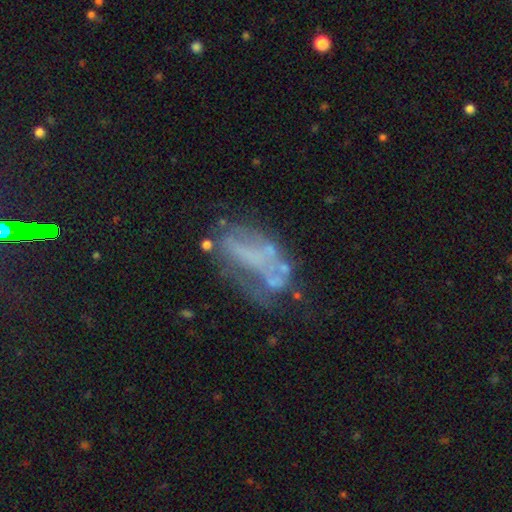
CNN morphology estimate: Smooth or featured? featured or disk (59%)
Edge-on disk? no (94%)
Bar? no (82%)
Spiral arms? no (85%)
Bulge size? none (79%)
Merging? none (37%)